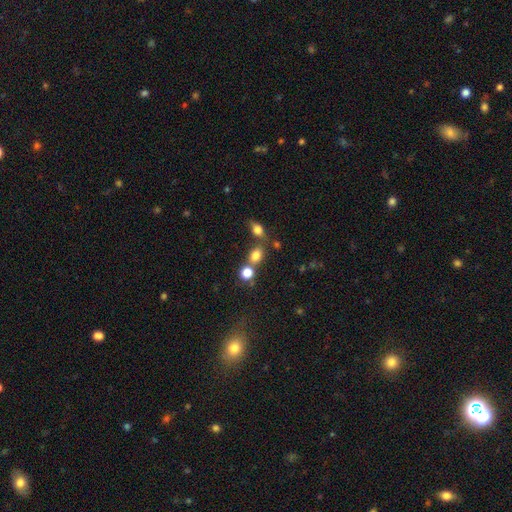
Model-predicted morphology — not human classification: The model was most divided on "how rounded": in between: 57%, round: 41%, cigar-shaped: 2%. More confident: smooth or featured — smooth (78%); merging — none (55%).